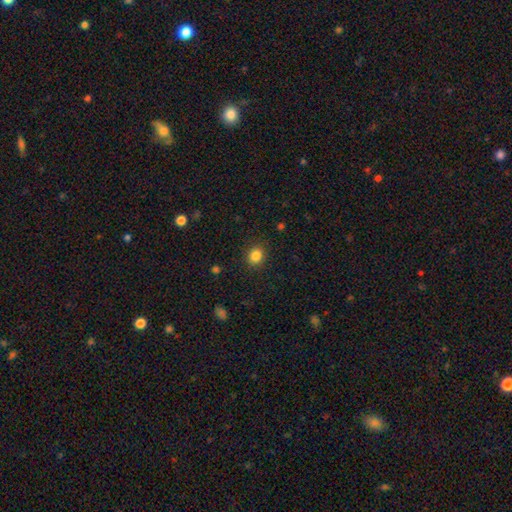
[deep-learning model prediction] This is clearly a smooth galaxy (85%). How rounded: likely round (70%). Merging: clearly none (90%).